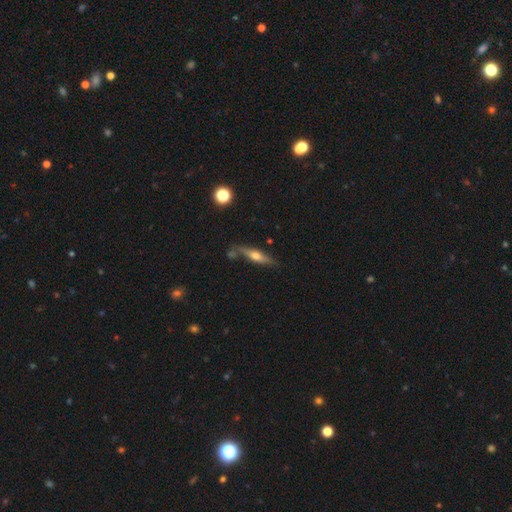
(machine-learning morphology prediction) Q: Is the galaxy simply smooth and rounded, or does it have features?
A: featured or disk — 55%.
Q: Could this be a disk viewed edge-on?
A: yes — 91%.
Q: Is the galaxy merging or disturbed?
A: none — 71%.